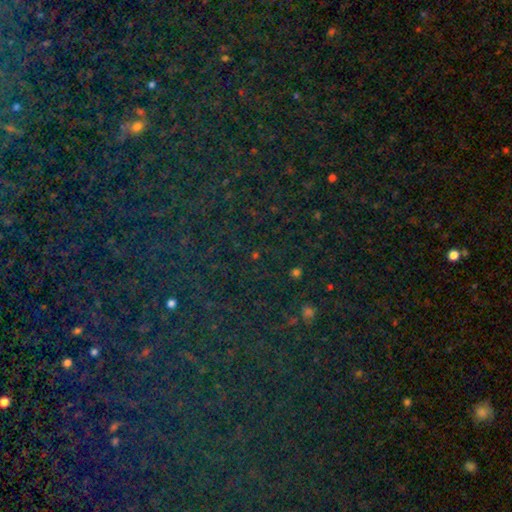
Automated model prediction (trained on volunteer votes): The model was most divided on "smooth or featured": star or artifact: 71%, smooth: 22%, featured or disk: 7%.